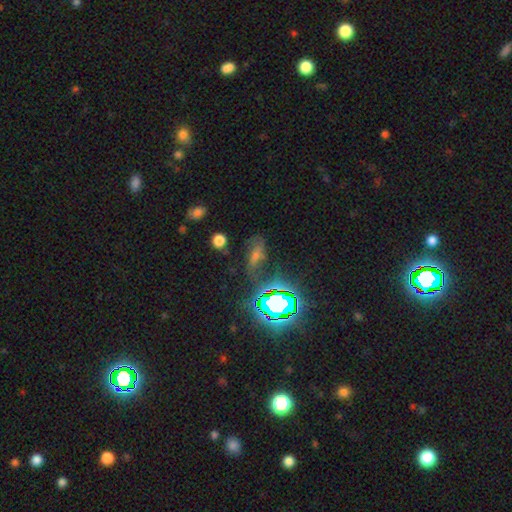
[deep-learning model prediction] smooth_or_featured: star or artifact (p=0.34) [tied with: smooth p=0.34]